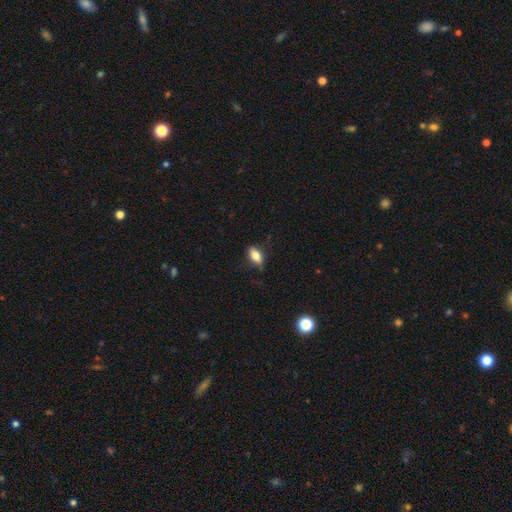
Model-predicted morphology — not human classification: Smooth or featured? Predicted: smooth (p=0.78). How rounded? Predicted: in between (p=0.86). Merging? Predicted: none (p=0.69).